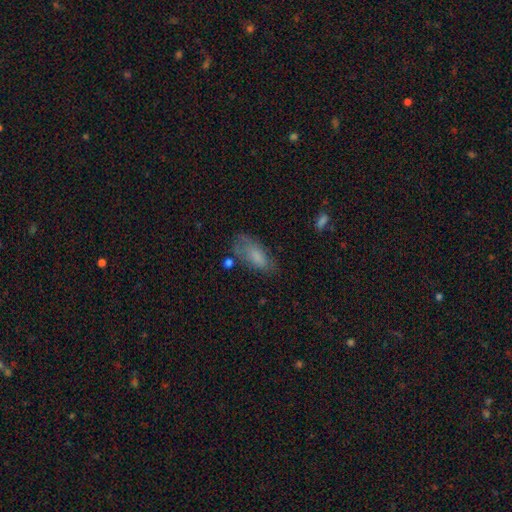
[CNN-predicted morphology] Smooth or featured: smooth — 72% (featured or disk — 19%)
How rounded: in between — 84% (cigar-shaped — 13%)
Merging: none — 54% (minor disturbance — 28%)